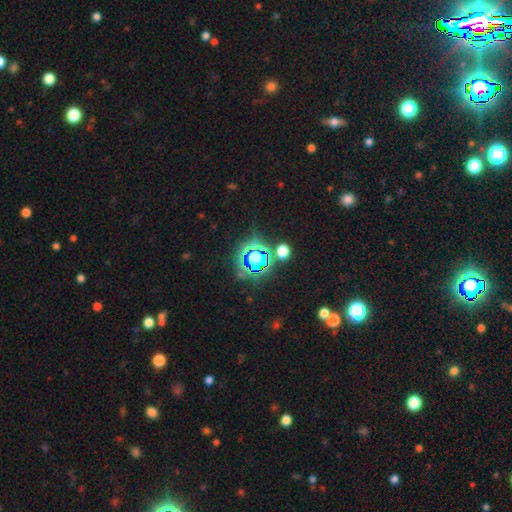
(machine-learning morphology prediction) A star or artifact, not a galaxy (67%).

Vote fractions:
- Smooth or featured? star or artifact: 67% / smooth: 23% / featured or disk: 9%